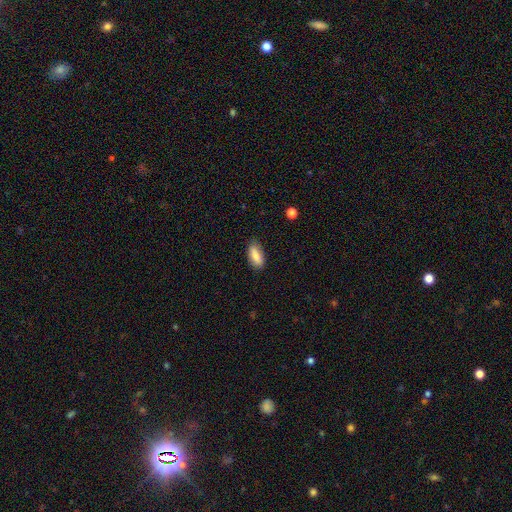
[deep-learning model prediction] Smooth or featured? smooth (82%)
How rounded? in between (81%)
Merging? none (82%)